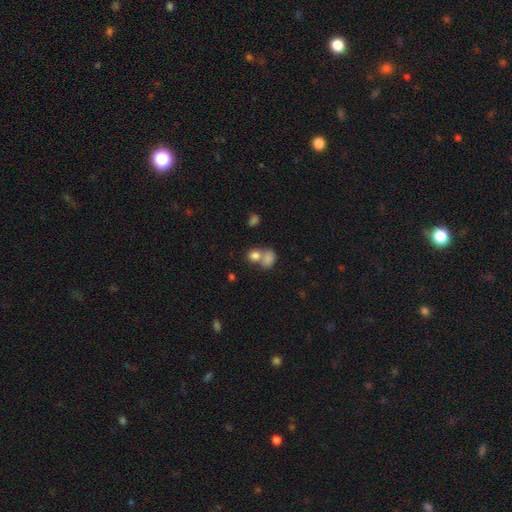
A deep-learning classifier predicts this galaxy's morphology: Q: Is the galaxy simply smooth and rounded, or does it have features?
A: smooth — 81%.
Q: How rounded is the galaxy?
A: round — 57%.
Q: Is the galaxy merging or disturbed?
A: merger — 55%.